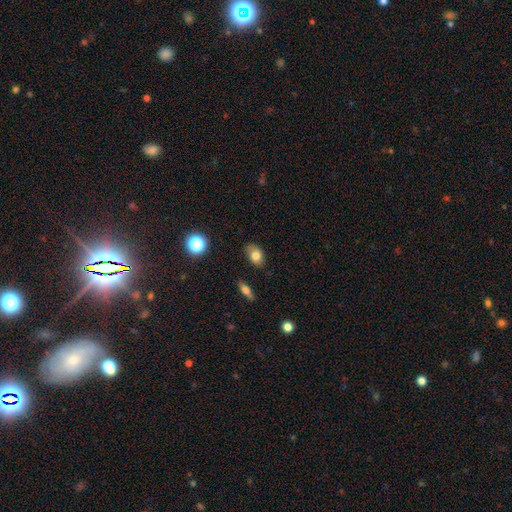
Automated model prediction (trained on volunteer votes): This appears to be a smooth galaxy with no disk features (76%) that is in between round and cigar-shaped (80%). Merging: none (74%).